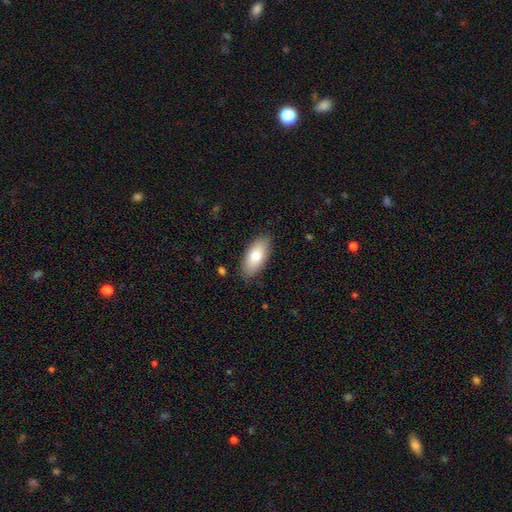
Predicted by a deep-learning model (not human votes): This appears to be a smooth galaxy with no disk features (76%) that is in between round and cigar-shaped (89%). Merging: none (86%).